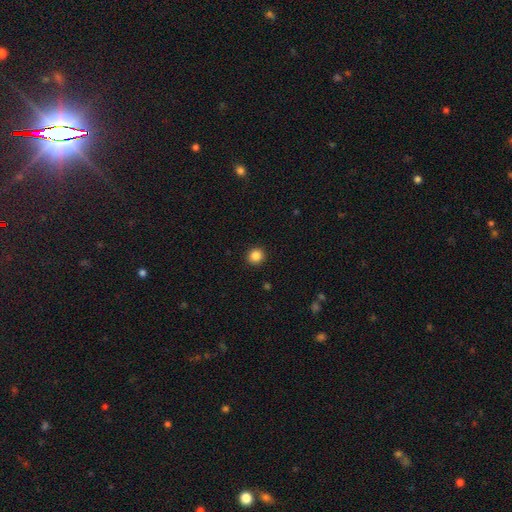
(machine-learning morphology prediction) Overall: smooth (86%). How rounded: round (93%). Merging: none (93%).